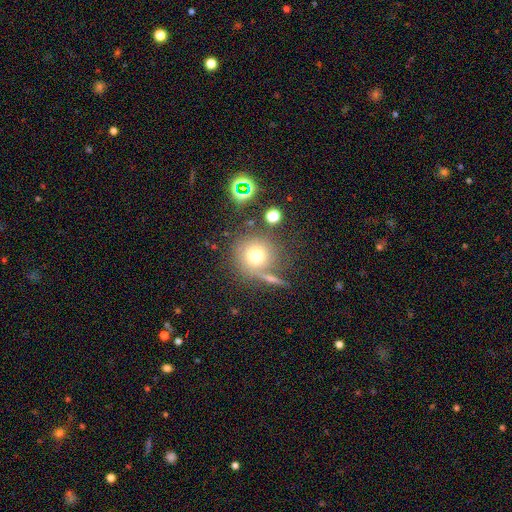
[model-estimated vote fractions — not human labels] This appears to be a smooth galaxy with no disk features (70%) that is round (92%). Merging: none (69%).